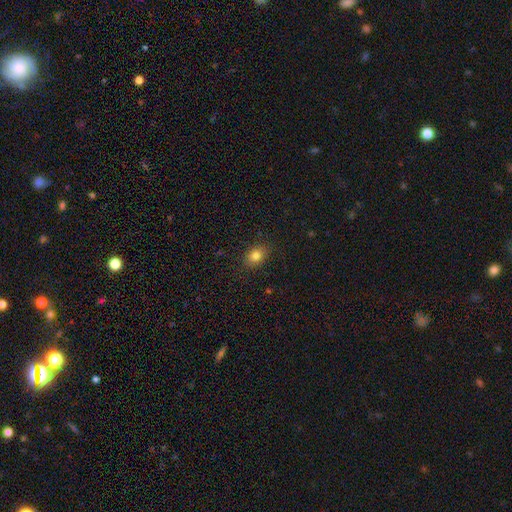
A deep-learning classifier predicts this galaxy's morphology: Smooth or featured? smooth (82%)
How rounded? in between (67%)
Merging? none (86%)